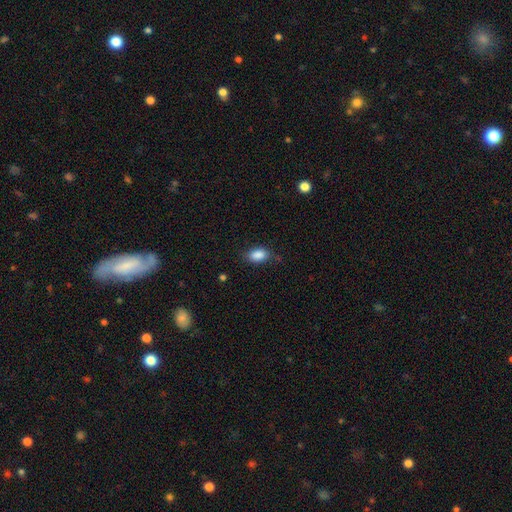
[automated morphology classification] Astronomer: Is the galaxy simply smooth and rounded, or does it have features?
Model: smooth — 87%.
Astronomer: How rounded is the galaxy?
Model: in between — 86%.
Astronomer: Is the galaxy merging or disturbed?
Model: none — 68%.